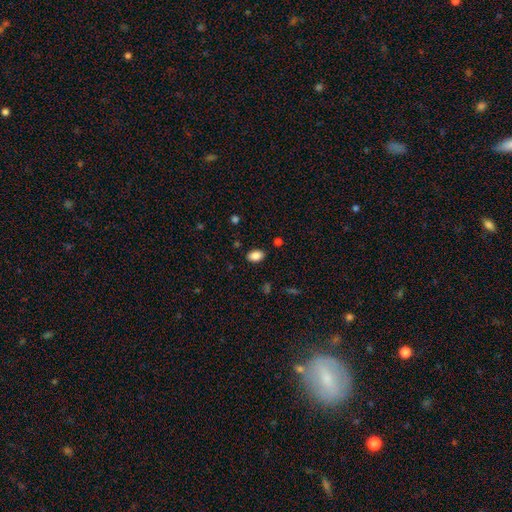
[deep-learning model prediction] Smooth or featured? Predicted: smooth (p=0.86). How rounded? Predicted: in between (p=0.87). Merging? Predicted: none (p=0.87).